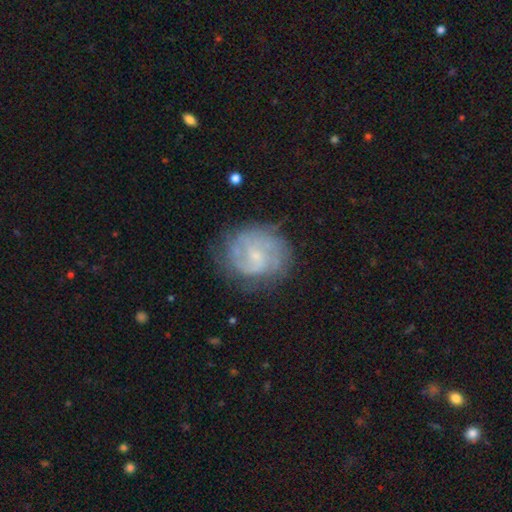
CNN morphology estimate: Smooth or featured? featured or disk (77%)
Edge-on disk? no (98%)
Bar? no (49%)
Spiral arms? yes (92%)
Spiral winding? tight (50%)
Spiral arm count? 2 (39%)
Bulge size? small (70%)
Merging? none (73%)